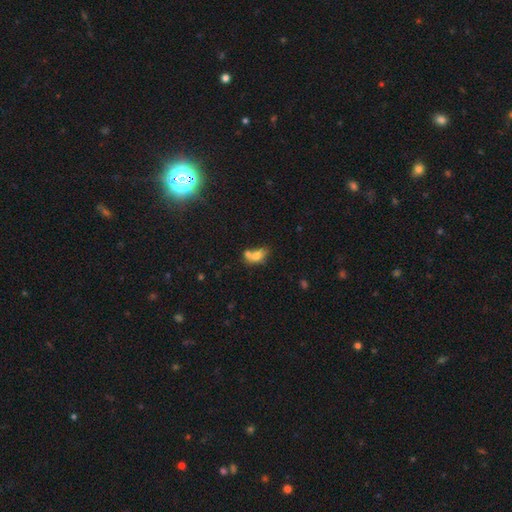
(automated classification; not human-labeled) Morphology: type=smooth (70%); roundness=in between (76%); merging=merger (55%).